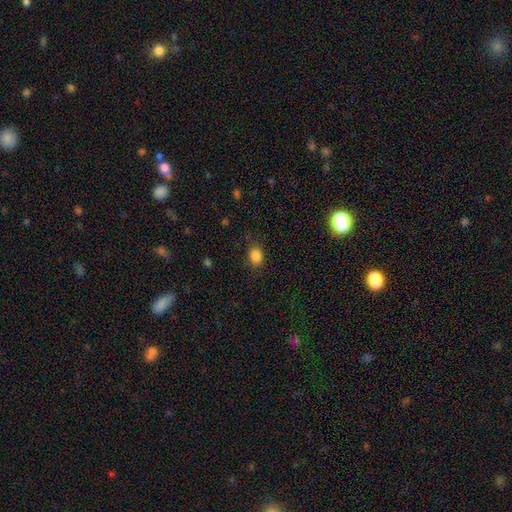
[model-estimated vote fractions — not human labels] Smooth or featured? Predicted: smooth (p=0.85). How rounded? Predicted: in between (p=0.59). Merging? Predicted: none (p=0.81).